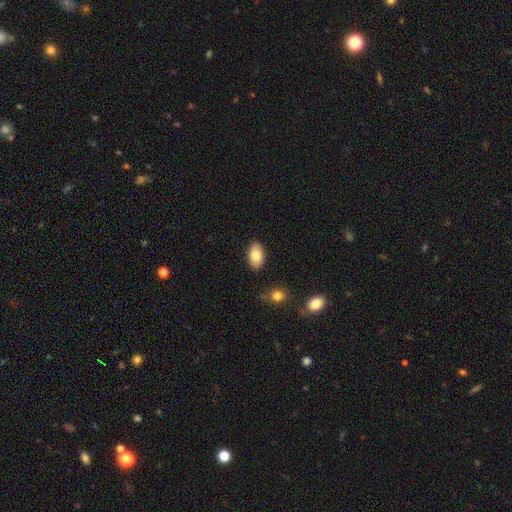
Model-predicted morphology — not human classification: This appears to be a smooth galaxy with no disk features (80%) that is in between round and cigar-shaped (92%). Merging: none (87%).